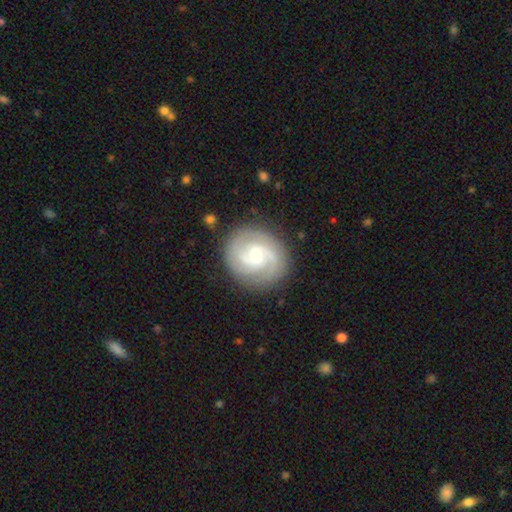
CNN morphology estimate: Smooth or featured? Predicted: featured or disk (p=0.86). Edge-on disk? Predicted: no (p=0.98). Bar? Predicted: weak (p=0.49). Spiral arms? Predicted: yes (p=0.97). Spiral winding? Predicted: tight (p=0.50). Spiral arm count? Predicted: 2 (p=0.54). Bulge size? Predicted: small (p=0.51). Merging? Predicted: none (p=0.85).